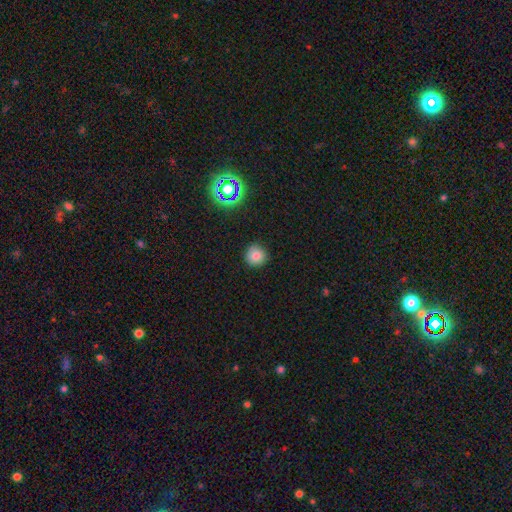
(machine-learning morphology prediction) A smooth galaxy with no disk features (79%) that is round (94%).

Vote fractions:
- Smooth or featured? smooth: 79% / star or artifact: 14% / featured or disk: 7%
- How rounded? round: 94% / in between: 5% / cigar-shaped: 1%
- Merging? none: 87% / minor disturbance: 10% / major disturbance: 2% / merger: 1%